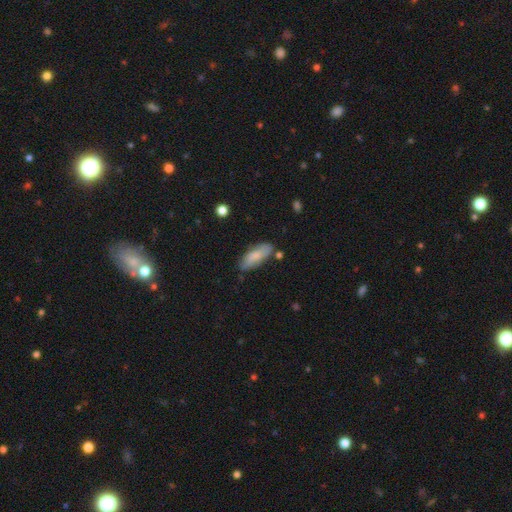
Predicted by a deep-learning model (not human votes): This appears to be a smooth galaxy with no disk features (72%) that is in between round and cigar-shaped (72%). Merging: none (70%).